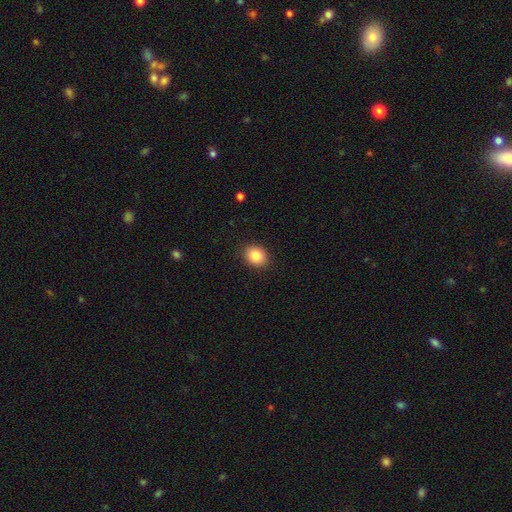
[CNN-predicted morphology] Smooth or featured?
  - smooth: 85% *
  - star or artifact: 9%
  - featured or disk: 6%
How rounded?
  - round: 55% *
  - in between: 44%
  - cigar-shaped: 1%
Merging?
  - none: 89% *
  - minor disturbance: 8%
  - major disturbance: 2%
  - merger: 1%